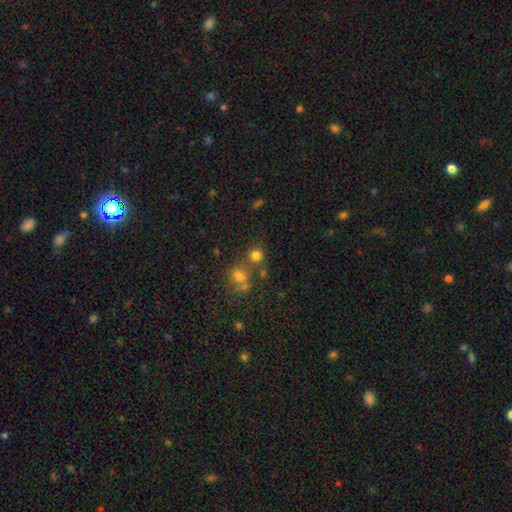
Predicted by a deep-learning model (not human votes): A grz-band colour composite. It shows a smooth galaxy with no disk features (74%) that is round (83%). Merging: none (58%).